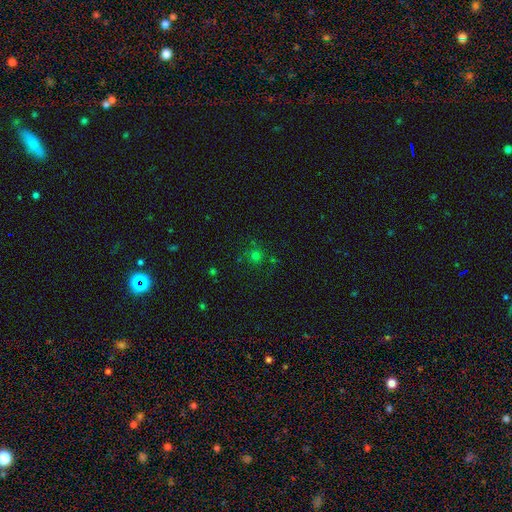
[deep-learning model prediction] smooth-or-featured: smooth: 65% | star or artifact: 27% | featured or disk: 8%
  how-rounded: round: 92% | in between: 7% | cigar-shaped: 1%
  merging: none: 77% | minor disturbance: 12% | major disturbance: 6% | merger: 5%